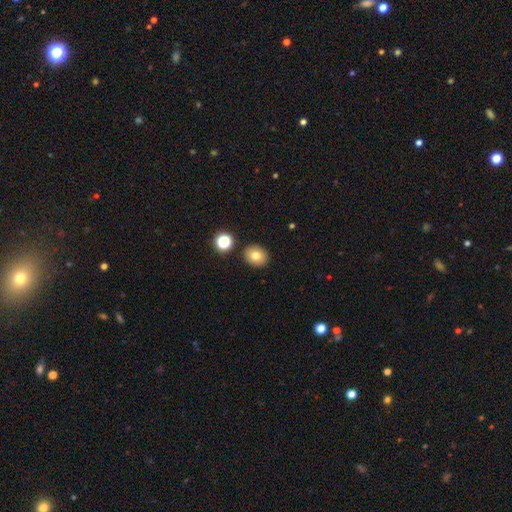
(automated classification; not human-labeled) Smooth or featured?
  - smooth: 78% *
  - star or artifact: 12%
  - featured or disk: 10%
How rounded?
  - round: 72% *
  - in between: 27%
  - cigar-shaped: 1%
Merging?
  - none: 87% *
  - minor disturbance: 7%
  - merger: 4%
  - major disturbance: 2%